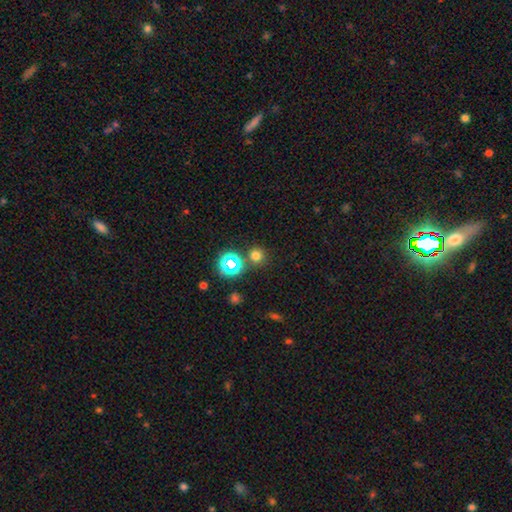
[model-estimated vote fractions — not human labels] smooth-or-featured: smooth: 67% | star or artifact: 27% | featured or disk: 6%
  how-rounded: round: 92% | in between: 7% | cigar-shaped: 1%
  merging: none: 80% | merger: 10% | minor disturbance: 7% | major disturbance: 3%